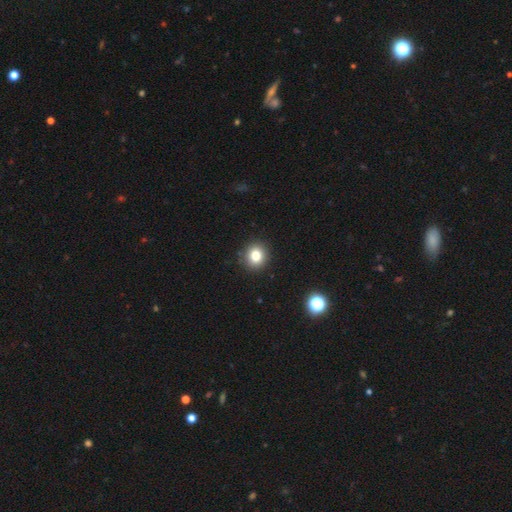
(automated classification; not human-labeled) Morphology: type=smooth (80%); roundness=round (84%); merging=none (91%).